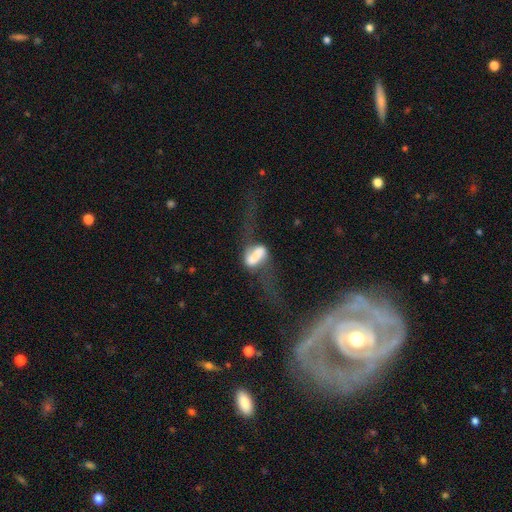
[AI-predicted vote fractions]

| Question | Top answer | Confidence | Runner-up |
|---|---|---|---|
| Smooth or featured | featured or disk | 47% | smooth (44%) |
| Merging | major disturbance | 48% | none (22%) |